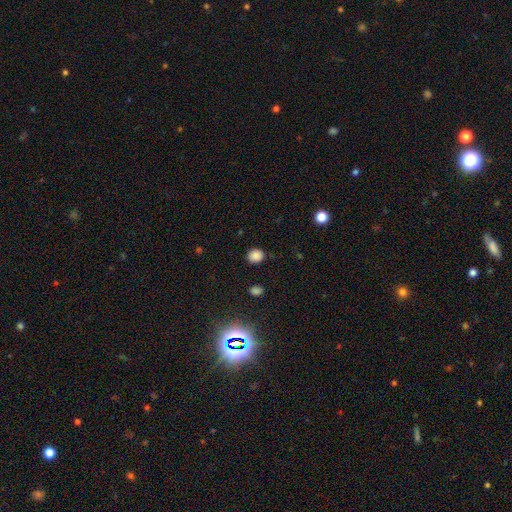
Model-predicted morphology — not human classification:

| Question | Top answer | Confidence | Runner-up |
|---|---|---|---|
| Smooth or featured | smooth | 84% | star or artifact (12%) |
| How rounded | round | 77% | in between (22%) |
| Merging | none | 85% | minor disturbance (10%) |